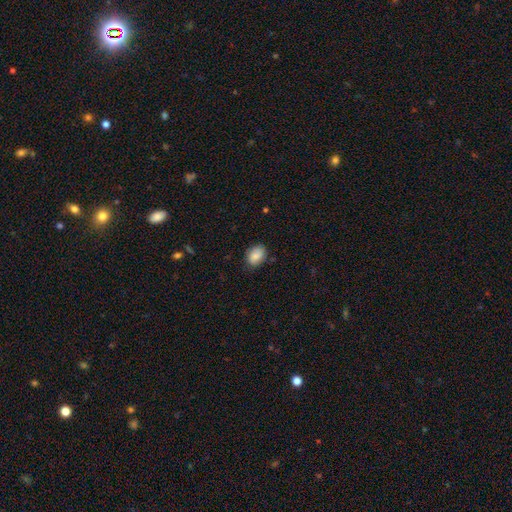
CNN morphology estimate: Q: Smooth or featured?
A: smooth (85%); runner-up: featured or disk (7%)
Q: How rounded?
A: in between (79%); runner-up: round (20%)
Q: Merging?
A: none (79%); runner-up: minor disturbance (17%)